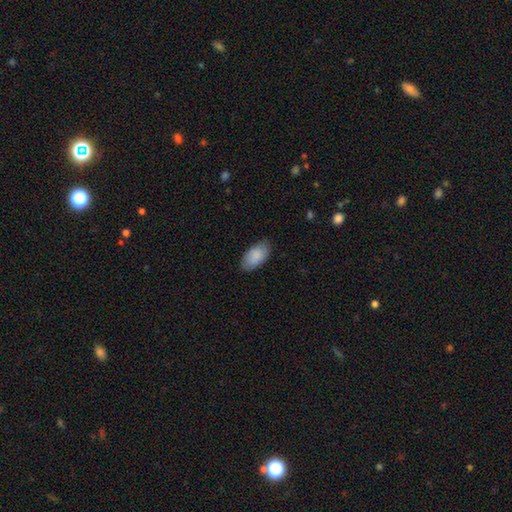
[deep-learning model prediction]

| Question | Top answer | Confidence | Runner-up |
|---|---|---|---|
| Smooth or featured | smooth | 88% | featured or disk (6%) |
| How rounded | in between | 95% | round (2%) |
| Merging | none | 83% | minor disturbance (14%) |